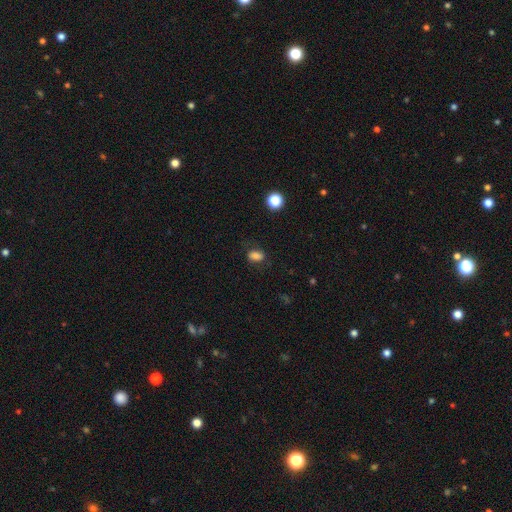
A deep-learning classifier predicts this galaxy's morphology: Overall: smooth (78%). How rounded: in between (79%). Merging: none (72%).